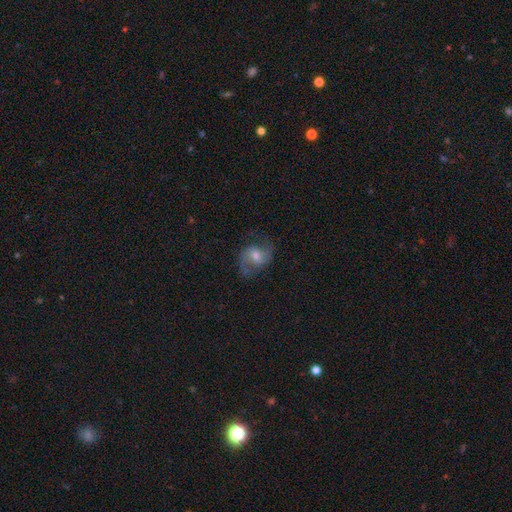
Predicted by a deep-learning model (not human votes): This appears to be a featured or disk galaxy (73%) with no bar (46%), 2 (89%) medium (46%) spiral arms (92%) and a moderate central bulge (61%). Merging: none (71%).